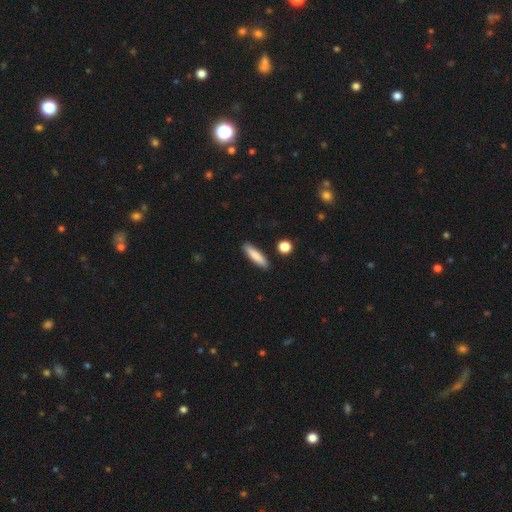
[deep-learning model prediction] Q: Smooth or featured?
A: smooth (83%); runner-up: featured or disk (11%)
Q: How rounded?
A: cigar-shaped (78%); runner-up: in between (20%)
Q: Merging?
A: none (89%); runner-up: minor disturbance (7%)